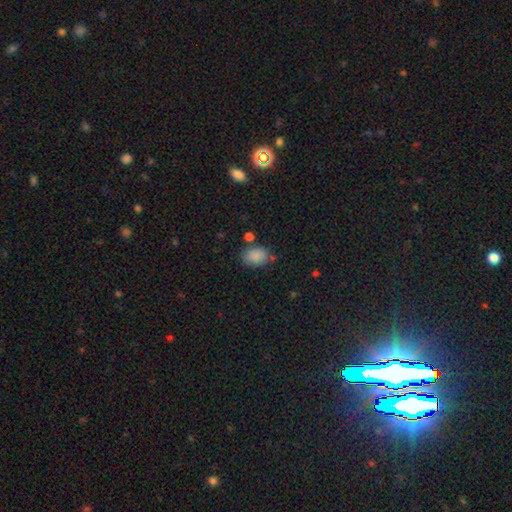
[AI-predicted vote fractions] Smooth or featured? Predicted: smooth (p=0.87). How rounded? Predicted: in between (p=0.79). Merging? Predicted: none (p=0.72).